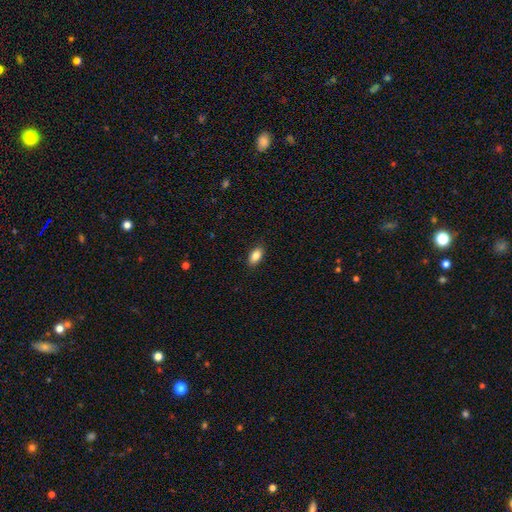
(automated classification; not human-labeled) The model was most divided on "smooth or featured": smooth: 86%, star or artifact: 8%, featured or disk: 7%. More confident: how rounded — in between (91%); merging — none (88%).